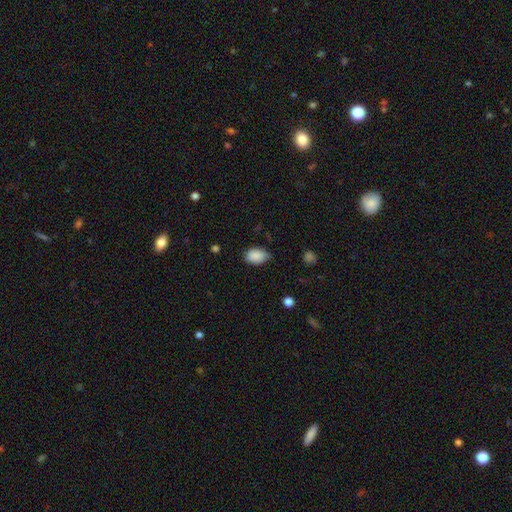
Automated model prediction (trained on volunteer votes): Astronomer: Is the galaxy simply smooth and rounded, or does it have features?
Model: smooth — 88%.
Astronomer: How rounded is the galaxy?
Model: in between — 83%.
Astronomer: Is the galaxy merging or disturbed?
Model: none — 65%.